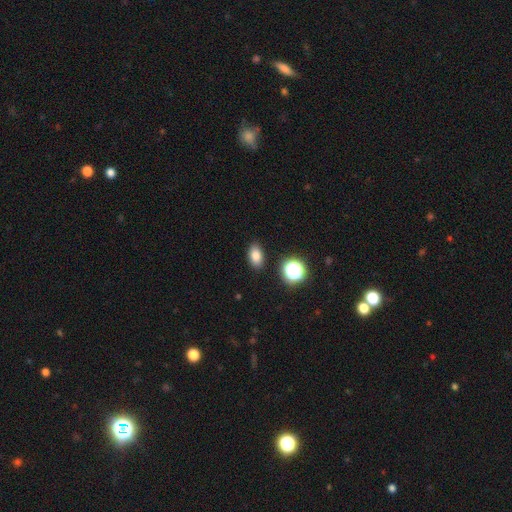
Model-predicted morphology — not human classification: This appears to be a smooth galaxy with no disk features (81%) that is in between round and cigar-shaped (85%). Merging: none (88%).